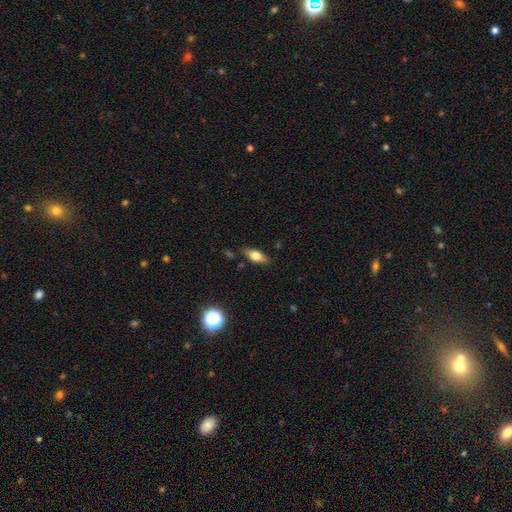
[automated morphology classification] Smooth or featured?
  - smooth: 62% *
  - featured or disk: 29%
  - star or artifact: 9%
How rounded?
  - in between: 76% *
  - cigar-shaped: 18%
  - round: 6%
Merging?
  - none: 81% *
  - minor disturbance: 14%
  - major disturbance: 3%
  - merger: 2%